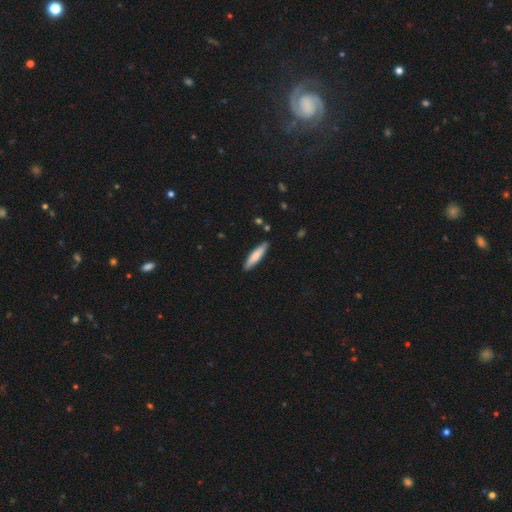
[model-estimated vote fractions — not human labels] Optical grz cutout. It shows a smooth galaxy with no disk features (76%) that is cigar-shaped (79%). Merging: none (87%).